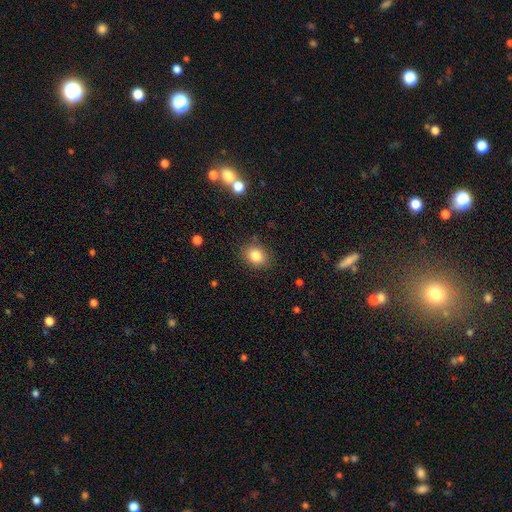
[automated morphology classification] A smooth galaxy with no disk features (84%) that is in between round and cigar-shaped (50%).

Vote fractions:
- Smooth or featured? smooth: 84% / star or artifact: 10% / featured or disk: 7%
- How rounded? in between: 50% / round: 49% / cigar-shaped: 1%
- Merging? none: 84% / minor disturbance: 11% / major disturbance: 3% / merger: 2%